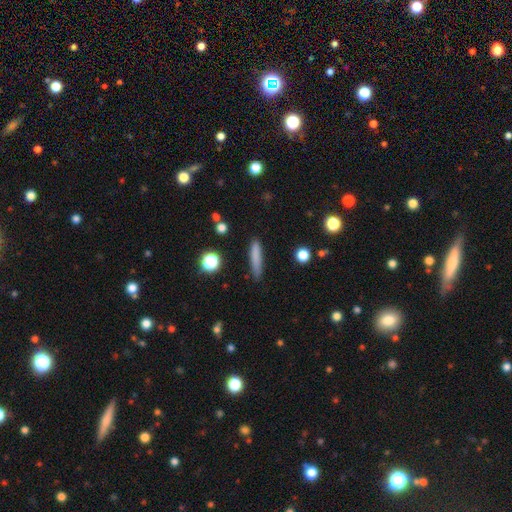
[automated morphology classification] Q: Smooth or featured?
A: smooth (79%); runner-up: featured or disk (13%)
Q: How rounded?
A: cigar-shaped (88%); runner-up: in between (10%)
Q: Merging?
A: none (83%); runner-up: minor disturbance (12%)